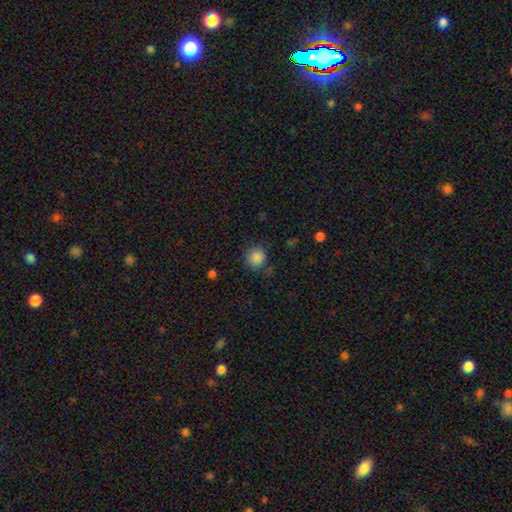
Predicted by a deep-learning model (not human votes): Overall: smooth (86%). How rounded: round (90%). Merging: none (82%).